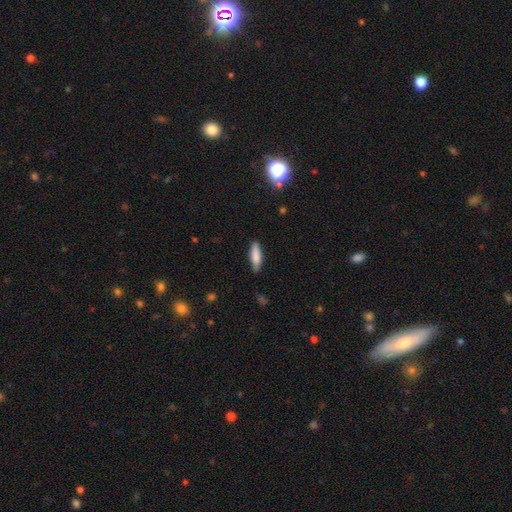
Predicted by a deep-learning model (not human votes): Smooth or featured? Predicted: smooth (p=0.83). How rounded? Predicted: cigar-shaped (p=0.57). Merging? Predicted: none (p=0.81).